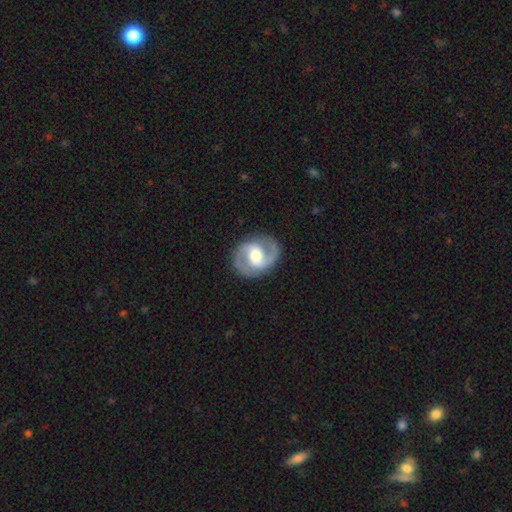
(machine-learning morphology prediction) Smooth or featured? Predicted: featured or disk (p=0.90). Edge-on disk? Predicted: no (p=0.98). Bar? Predicted: weak (p=0.47). Spiral arms? Predicted: yes (p=0.97). Spiral winding? Predicted: medium (p=0.61). Spiral arm count? Predicted: 2 (p=0.94). Bulge size? Predicted: moderate (p=0.70). Merging? Predicted: none (p=0.87).